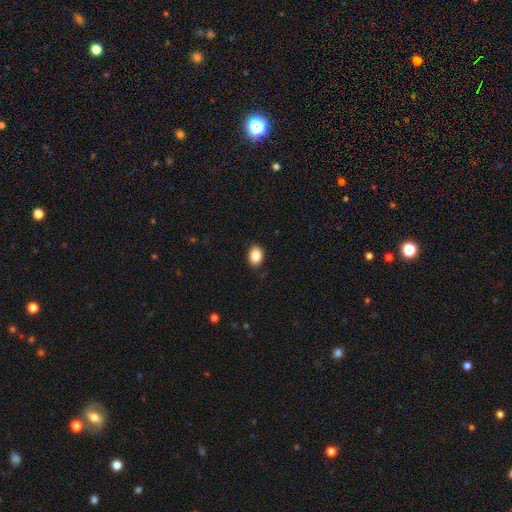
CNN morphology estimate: smooth 87%, star or artifact 8%, featured or disk 4%. Down the decision tree: how rounded — in between (68%); merging — none (88%).